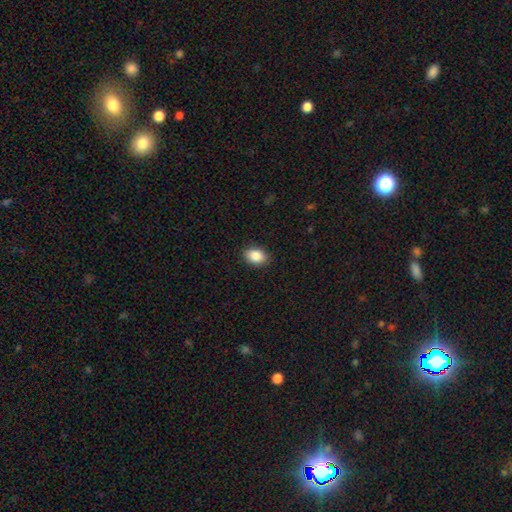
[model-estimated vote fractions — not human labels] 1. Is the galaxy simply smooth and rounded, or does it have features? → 88% smooth, 8% star or artifact, 4% featured or disk.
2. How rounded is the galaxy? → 80% in between, 19% round, 1% cigar-shaped.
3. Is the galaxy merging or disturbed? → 89% none, 8% minor disturbance, 2% major disturbance, 1% merger.